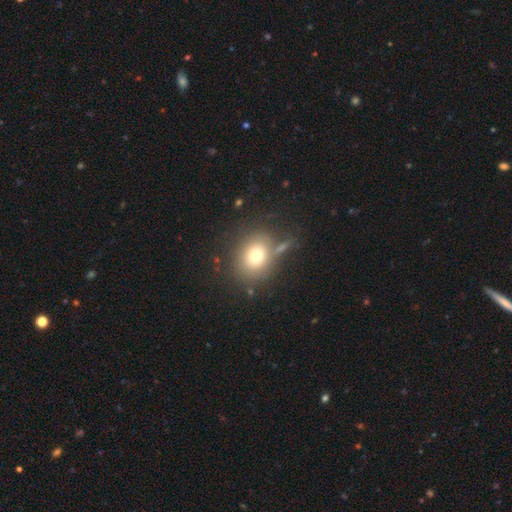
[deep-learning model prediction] Smooth or featured: smooth — 71% (featured or disk — 17%)
How rounded: round — 64% (in between — 35%)
Merging: none — 70% (minor disturbance — 14%)